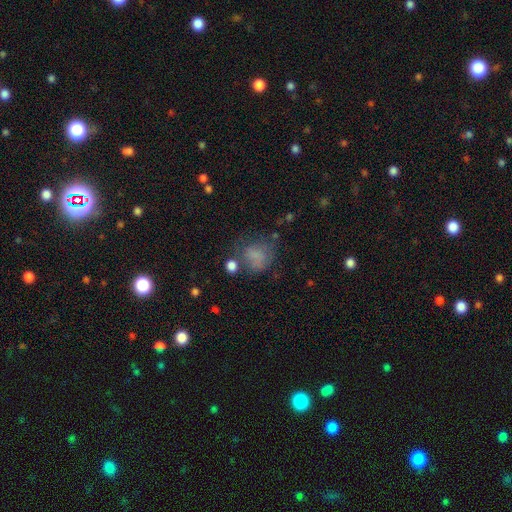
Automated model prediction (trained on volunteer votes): A smooth galaxy with no disk features (68%) that is round (68%).

Vote fractions:
- Smooth or featured? smooth: 68% / featured or disk: 17% / star or artifact: 15%
- How rounded? round: 68% / in between: 31% / cigar-shaped: 1%
- Merging? none: 46% / minor disturbance: 24% / major disturbance: 21% / merger: 9%